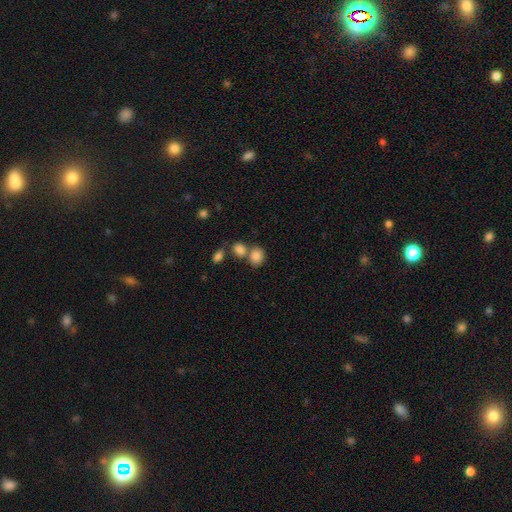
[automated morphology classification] The model was most divided on "merging": none: 50%, merger: 36%, minor disturbance: 10%, major disturbance: 4%. More confident: smooth or featured — smooth (83%); how rounded — round (57%).